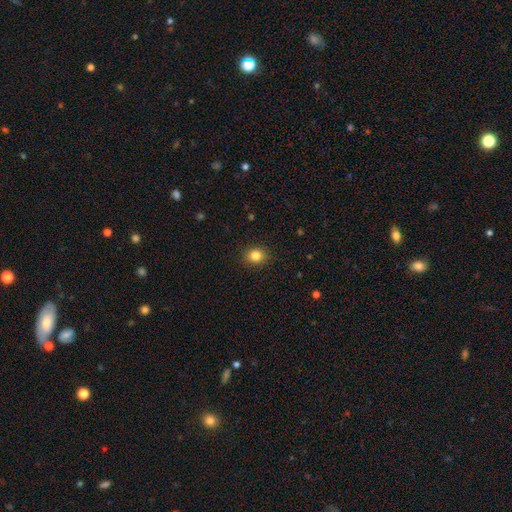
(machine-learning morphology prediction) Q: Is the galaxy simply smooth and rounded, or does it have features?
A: smooth — 83%.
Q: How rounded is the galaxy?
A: round — 72%.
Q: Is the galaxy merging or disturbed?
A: none — 90%.